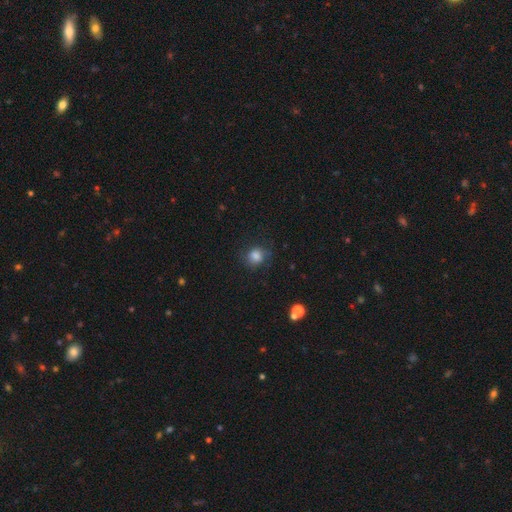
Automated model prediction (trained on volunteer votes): Overall: smooth (78%). How rounded: round (75%). Merging: none (70%).